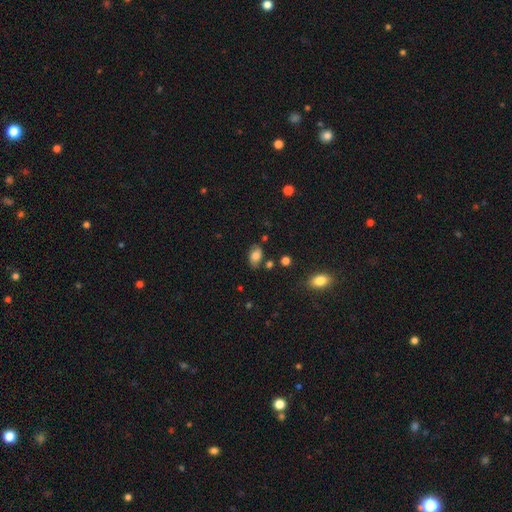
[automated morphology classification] smooth-or-featured: smooth: 77% | featured or disk: 13% | star or artifact: 10%
  how-rounded: in between: 85% | round: 13% | cigar-shaped: 2%
  merging: none: 70% | minor disturbance: 20% | major disturbance: 5% | merger: 5%